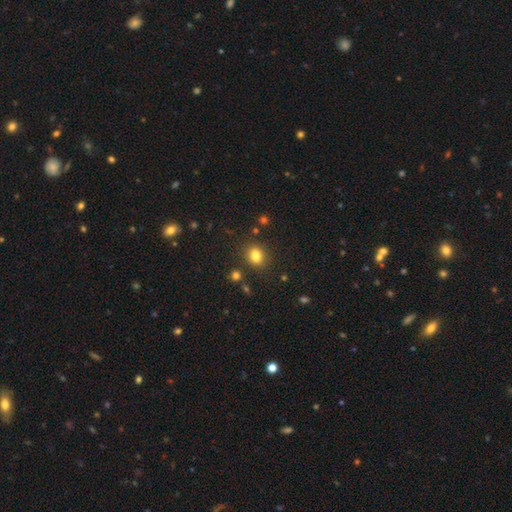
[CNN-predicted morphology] Overall: smooth (81%). How rounded: round (50%; in between 49%). Merging: none (82%).